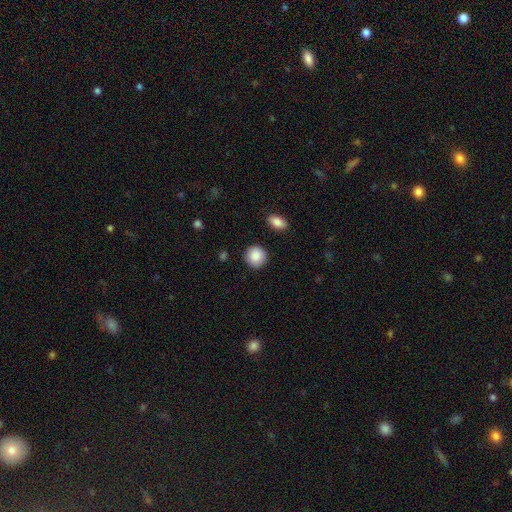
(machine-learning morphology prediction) smooth-or-featured: smooth: 89% | star or artifact: 7% | featured or disk: 4%
  how-rounded: round: 91% | in between: 8% | cigar-shaped: 1%
  merging: none: 90% | minor disturbance: 7% | major disturbance: 2% | merger: 2%